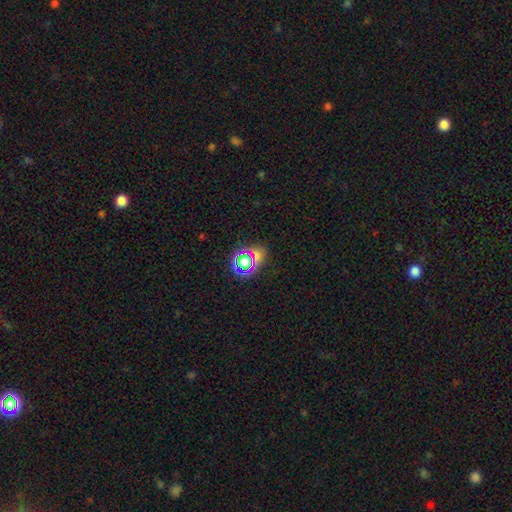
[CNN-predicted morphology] The model was most divided on "smooth or featured": star or artifact: 48%, smooth: 41%, featured or disk: 11%.